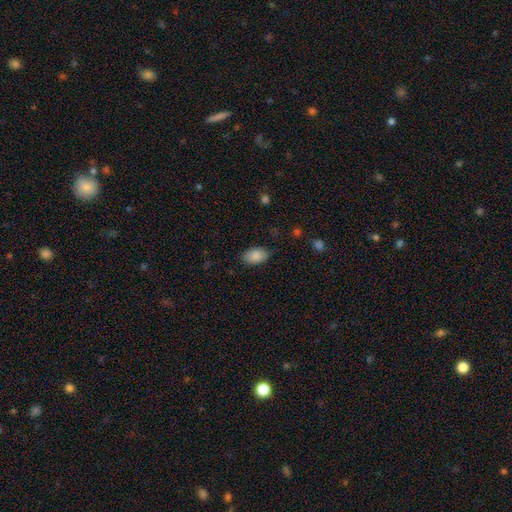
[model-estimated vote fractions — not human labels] smooth 87%, star or artifact 7%, featured or disk 6%. Down the decision tree: how rounded — in between (90%); merging — none (80%).